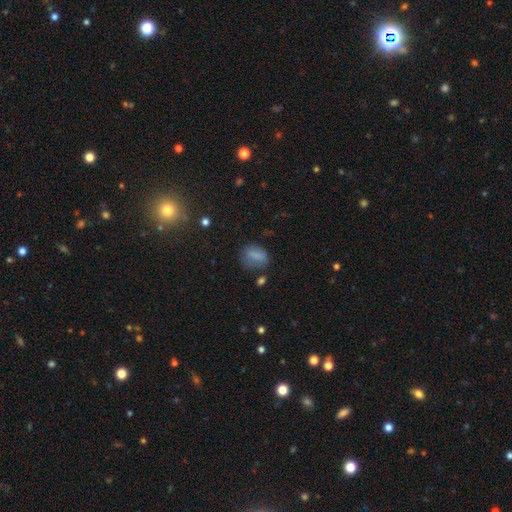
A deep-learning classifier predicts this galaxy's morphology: smooth-or-featured: smooth: 76% | featured or disk: 12% | star or artifact: 11%
  how-rounded: in between: 69% | round: 25% | cigar-shaped: 6%
  merging: none: 60% | minor disturbance: 24% | major disturbance: 13% | merger: 4%